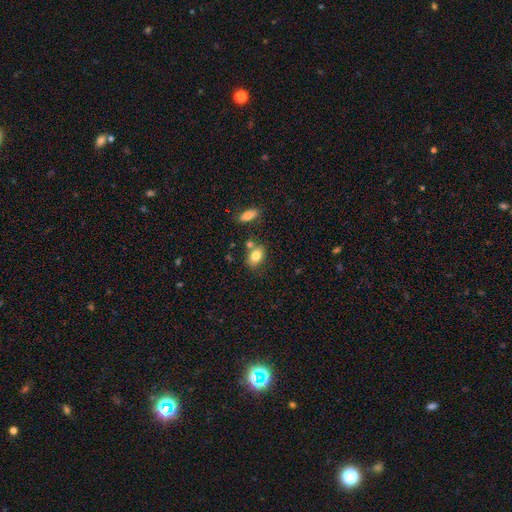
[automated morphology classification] The model was most divided on "merging": none: 67%, merger: 15%, minor disturbance: 14%, major disturbance: 4%. More confident: smooth or featured — smooth (81%); how rounded — in between (80%).